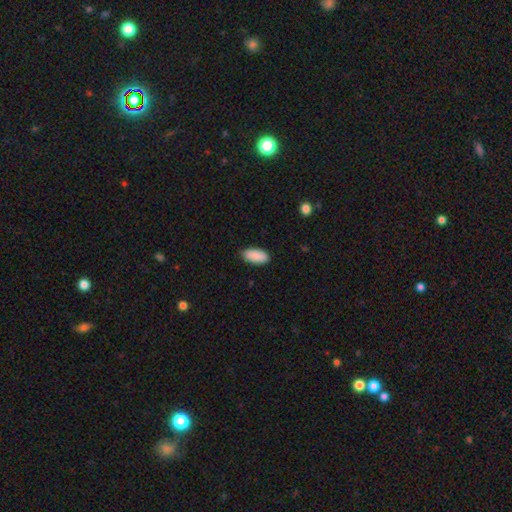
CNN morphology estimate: smooth-or-featured: smooth: 91% | star or artifact: 6% | featured or disk: 3%
  how-rounded: in between: 91% | cigar-shaped: 7% | round: 2%
  merging: none: 88% | minor disturbance: 9% | major disturbance: 2% | merger: 1%